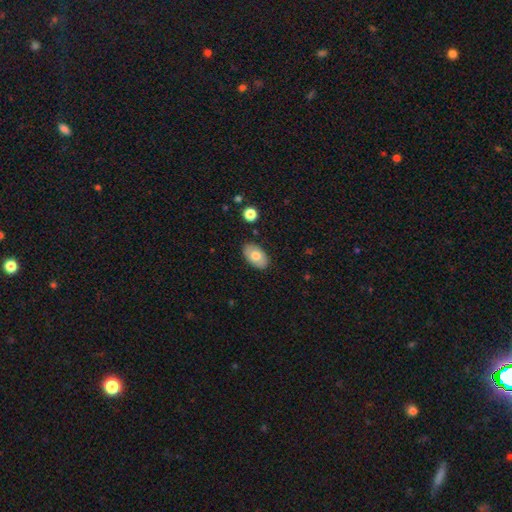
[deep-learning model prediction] This appears to be a smooth galaxy with no disk features (69%) that is in between round and cigar-shaped (91%). Merging: none (86%).